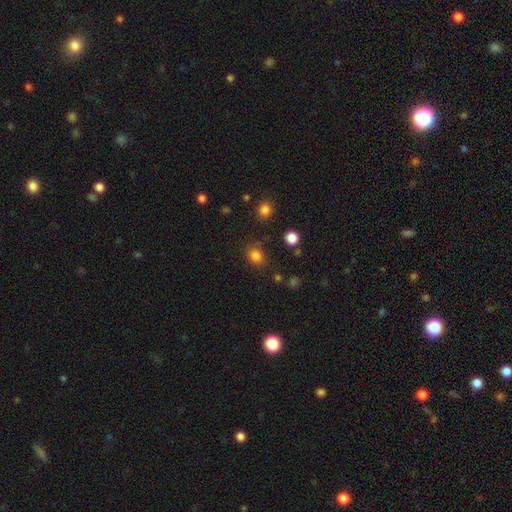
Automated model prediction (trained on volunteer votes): smooth-or-featured: smooth: 81% | star or artifact: 14% | featured or disk: 5%
  how-rounded: in between: 52% | round: 47% | cigar-shaped: 1%
  merging: none: 76% | minor disturbance: 15% | major disturbance: 5% | merger: 4%